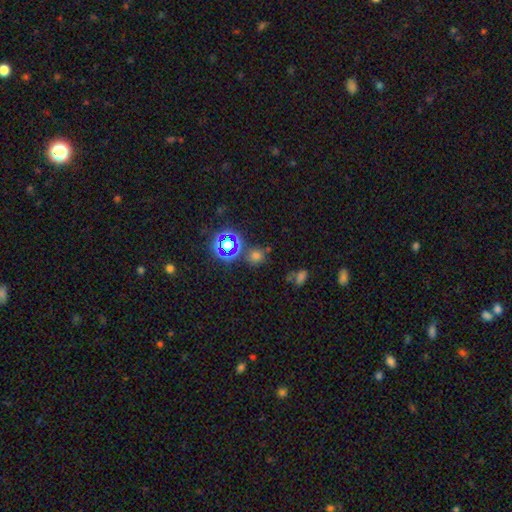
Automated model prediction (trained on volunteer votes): smooth-or-featured: smooth: 58% | star or artifact: 35% | featured or disk: 7%
  how-rounded: round: 82% | in between: 16% | cigar-shaped: 1%
  merging: none: 74% | minor disturbance: 11% | merger: 10% | major disturbance: 5%